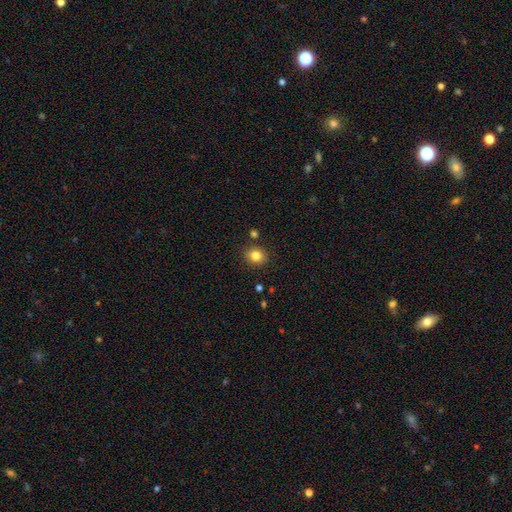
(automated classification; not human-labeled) smooth-or-featured: smooth: 83% | star or artifact: 11% | featured or disk: 6%
  how-rounded: round: 77% | in between: 23% | cigar-shaped: 1%
  merging: none: 86% | minor disturbance: 8% | merger: 4% | major disturbance: 2%